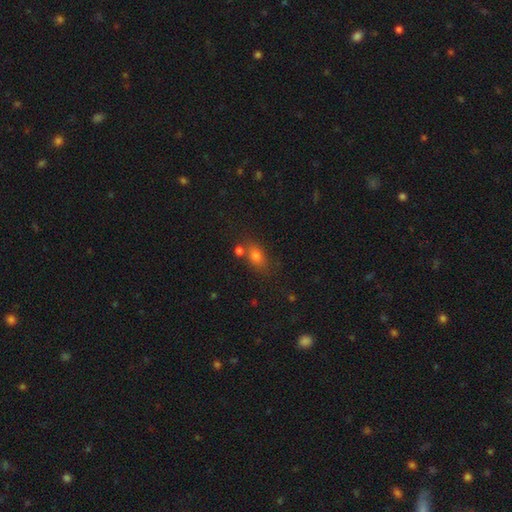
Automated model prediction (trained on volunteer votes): smooth_or_featured: smooth (p=0.75) [alt: star or artifact p=0.15]
how_rounded: in between (p=0.69) [alt: round p=0.27]
merging: none (p=0.63) [alt: merger p=0.17]